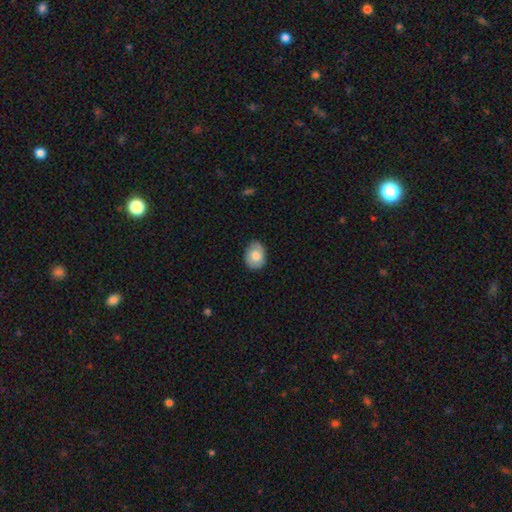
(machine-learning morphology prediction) smooth-or-featured: smooth: 77% | featured or disk: 16% | star or artifact: 7%
  how-rounded: in between: 63% | round: 36% | cigar-shaped: 1%
  merging: none: 82% | minor disturbance: 15% | major disturbance: 3% | merger: 1%